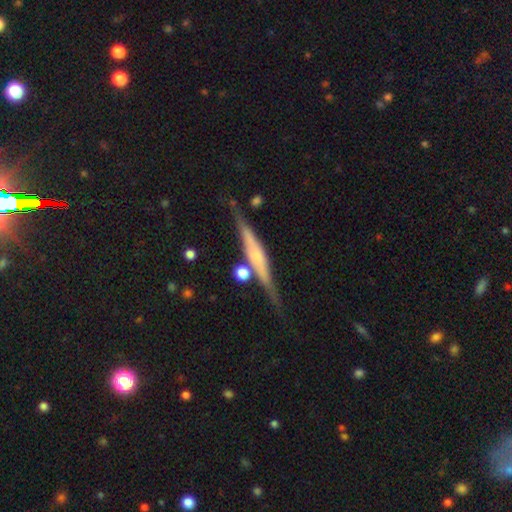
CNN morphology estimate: Q: Smooth or featured?
A: featured or disk (73%); runner-up: smooth (21%)
Q: Edge-on disk?
A: yes (96%); runner-up: no (4%)
Q: Edge-on bulge?
A: rounded (64%); runner-up: boxy (22%)
Q: Merging?
A: none (77%); runner-up: minor disturbance (13%)